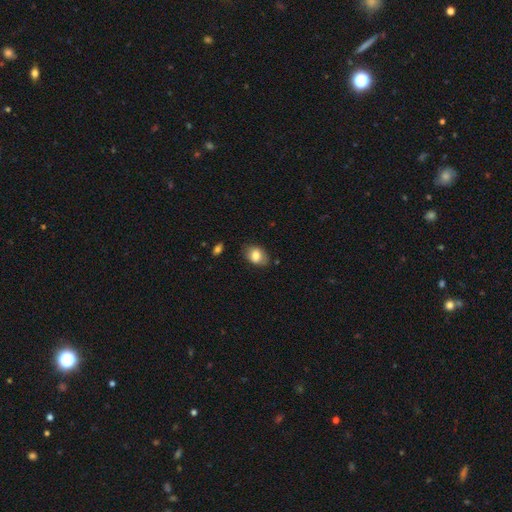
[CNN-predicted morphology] type=smooth (81%); roundness=in between (75%); merging=none (76%).